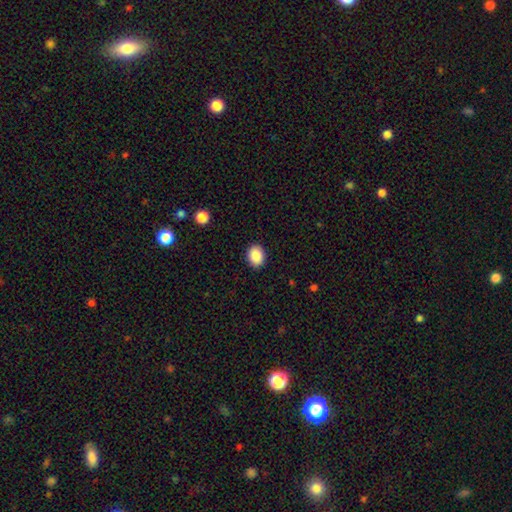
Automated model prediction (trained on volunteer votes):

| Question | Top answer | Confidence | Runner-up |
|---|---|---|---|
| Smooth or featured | smooth | 88% | star or artifact (8%) |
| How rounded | in between | 60% | round (39%) |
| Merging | none | 91% | minor disturbance (7%) |